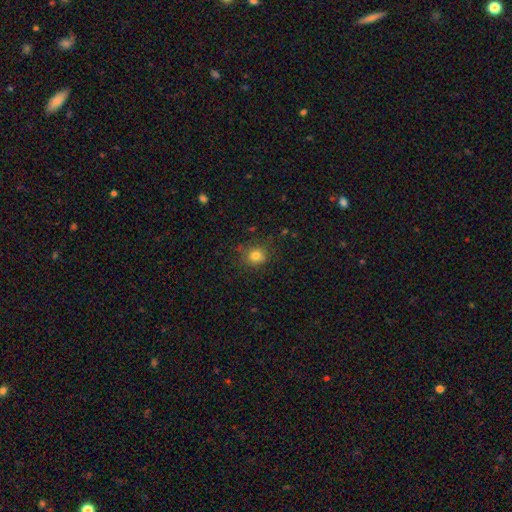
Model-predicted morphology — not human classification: Q: Smooth or featured?
A: smooth (79%); runner-up: star or artifact (14%)
Q: How rounded?
A: round (82%); runner-up: in between (17%)
Q: Merging?
A: none (81%); runner-up: minor disturbance (13%)